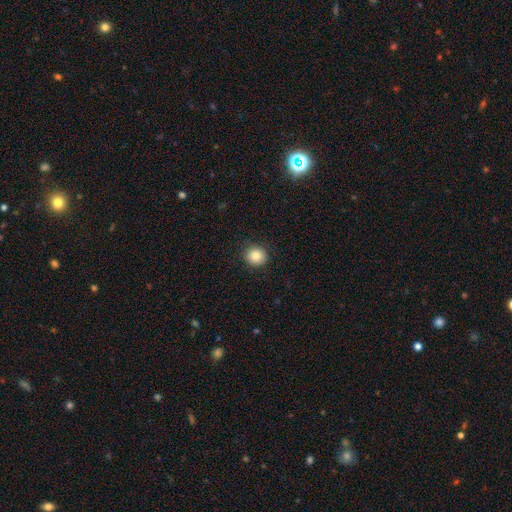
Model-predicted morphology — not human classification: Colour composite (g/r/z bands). It shows a smooth galaxy with no disk features (85%) that is round (89%). Merging: none (89%).